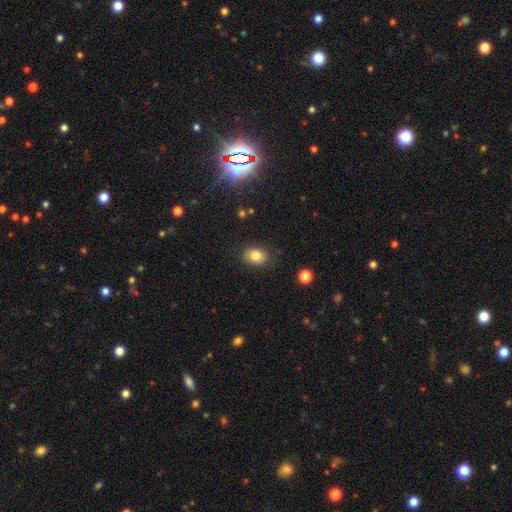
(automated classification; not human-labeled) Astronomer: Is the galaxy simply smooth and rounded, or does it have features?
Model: smooth — 80%.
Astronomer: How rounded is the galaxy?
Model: in between — 77%.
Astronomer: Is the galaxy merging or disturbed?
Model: none — 79%.